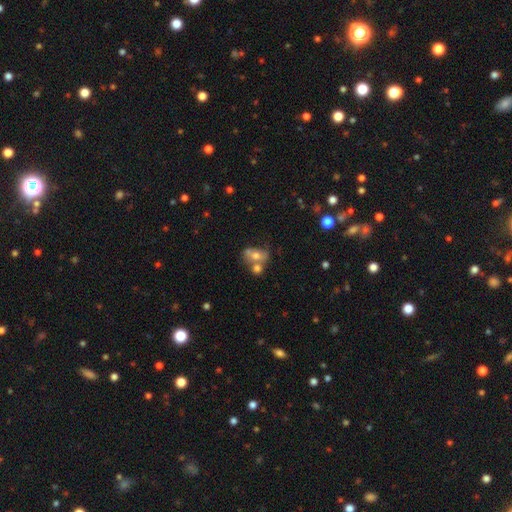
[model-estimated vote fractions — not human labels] Morphology: type=smooth (59%); roundness=in between (68%); merging=merger (49%).